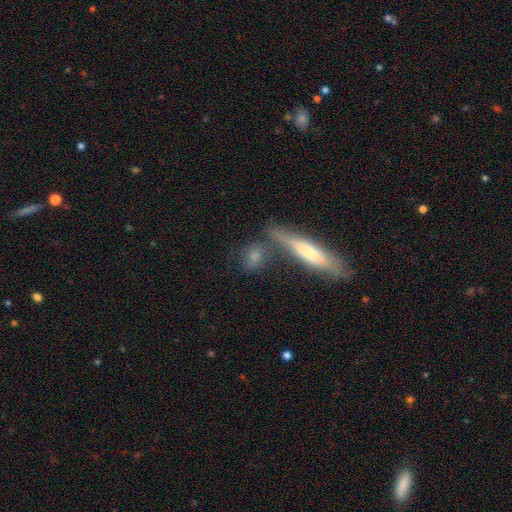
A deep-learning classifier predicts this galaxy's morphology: smooth 60%, featured or disk 29%, star or artifact 11%. Down the decision tree: how rounded — cigar-shaped (42%); merging — none (60%).